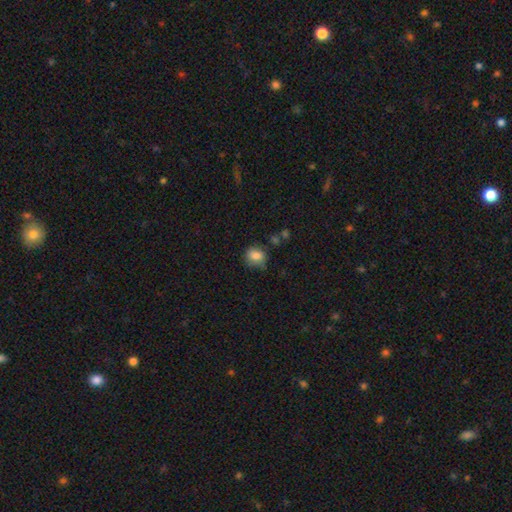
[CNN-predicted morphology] The model was most divided on "how rounded": round: 66%, in between: 33%, cigar-shaped: 1%. More confident: smooth or featured — smooth (83%); merging — none (71%).